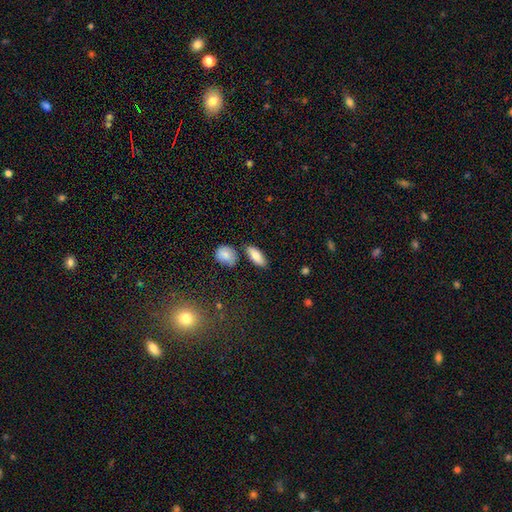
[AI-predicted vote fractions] Q: Smooth or featured?
A: smooth (81%); runner-up: featured or disk (12%)
Q: How rounded?
A: in between (77%); runner-up: cigar-shaped (20%)
Q: Merging?
A: none (76%); runner-up: minor disturbance (13%)